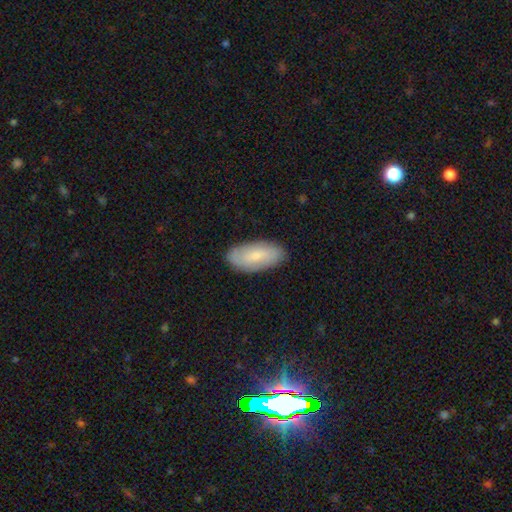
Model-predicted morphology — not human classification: A smooth galaxy with no disk features (65%) that is in between round and cigar-shaped (90%).

Vote fractions:
- Smooth or featured? smooth: 65% / featured or disk: 28% / star or artifact: 6%
- How rounded? in between: 90% / cigar-shaped: 8% / round: 2%
- Merging? none: 85% / minor disturbance: 11% / major disturbance: 2% / merger: 1%